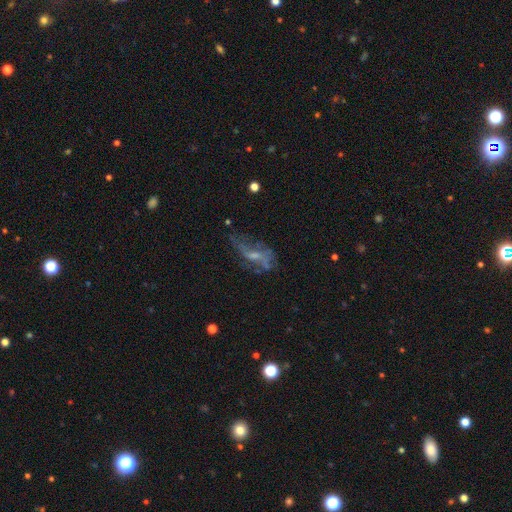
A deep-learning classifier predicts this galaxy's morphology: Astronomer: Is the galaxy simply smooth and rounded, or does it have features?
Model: featured or disk — 60%.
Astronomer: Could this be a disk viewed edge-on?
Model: no — 89%.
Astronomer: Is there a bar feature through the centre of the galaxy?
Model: no — 60%.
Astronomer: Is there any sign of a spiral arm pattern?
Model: no — 56% (runner-up: yes, 44%).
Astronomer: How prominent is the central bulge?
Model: small — 44% (runner-up: moderate, 27%).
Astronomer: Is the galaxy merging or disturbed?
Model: none — 38% (runner-up: major disturbance, 35%).